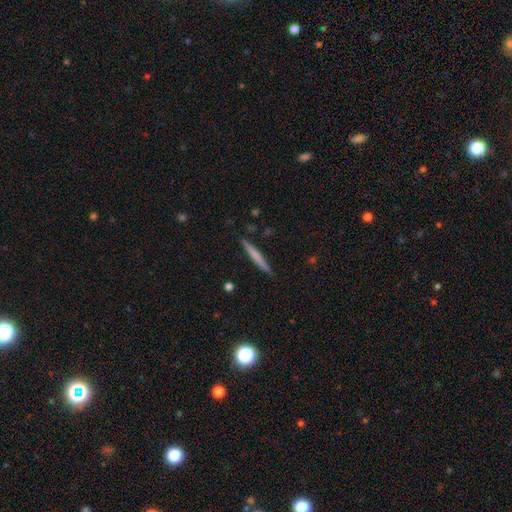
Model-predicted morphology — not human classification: Smooth or featured? smooth (58%)
How rounded? cigar-shaped (96%)
Merging? none (90%)